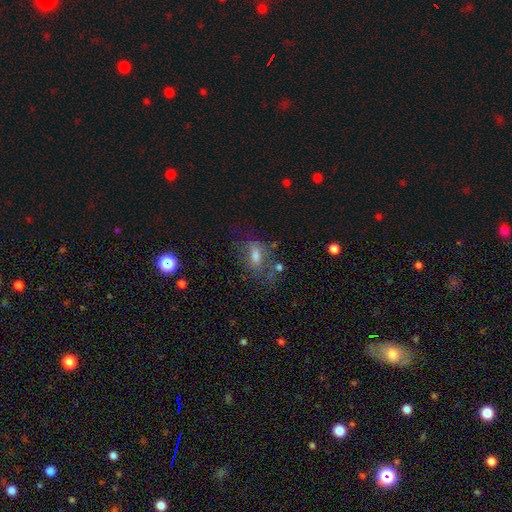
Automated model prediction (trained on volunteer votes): smooth_or_featured: smooth (p=0.53) [alt: featured or disk p=0.30]
how_rounded: in between (p=0.73) [alt: cigar-shaped p=0.16]
merging: none (p=0.58) [alt: minor disturbance p=0.21]